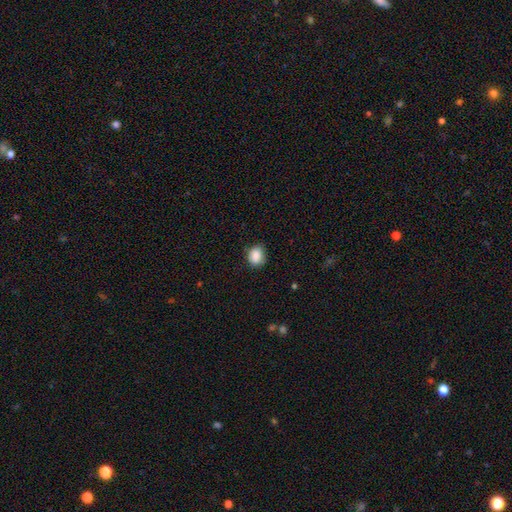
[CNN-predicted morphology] Smooth or featured? smooth (86%)
How rounded? round (55%)
Merging? none (76%)